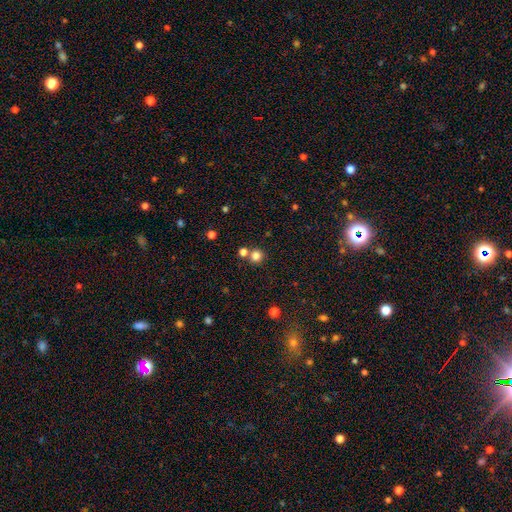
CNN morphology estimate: The model was most divided on "merging": none: 71%, merger: 19%, minor disturbance: 7%, major disturbance: 3%. More confident: how rounded — round (93%); smooth or featured — smooth (81%).